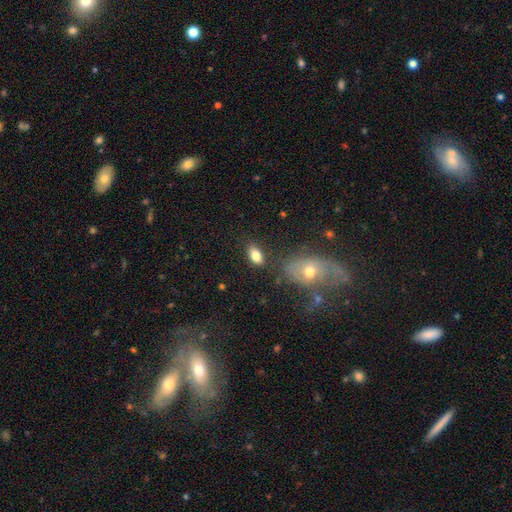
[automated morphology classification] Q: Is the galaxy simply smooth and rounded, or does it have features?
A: smooth — 82%.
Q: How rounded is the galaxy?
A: in between — 90%.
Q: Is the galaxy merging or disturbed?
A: none — 79%.